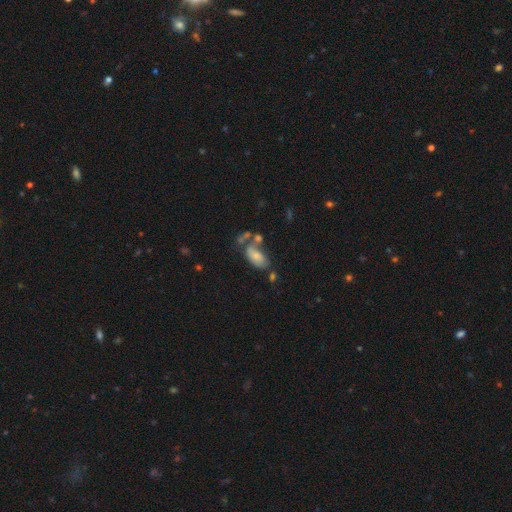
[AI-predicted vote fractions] The model was most divided on "merging": none: 33%, merger: 27%, minor disturbance: 22%, major disturbance: 18%. More confident: how rounded — in between (92%); smooth or featured — smooth (68%).